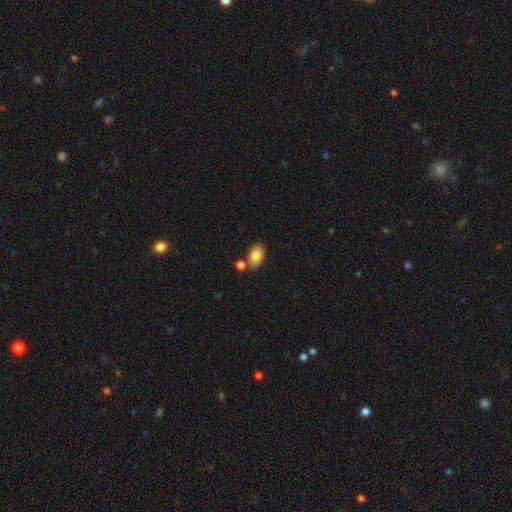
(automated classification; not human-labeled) Overall: smooth (84%). How rounded: in between (90%). Merging: none (72%).